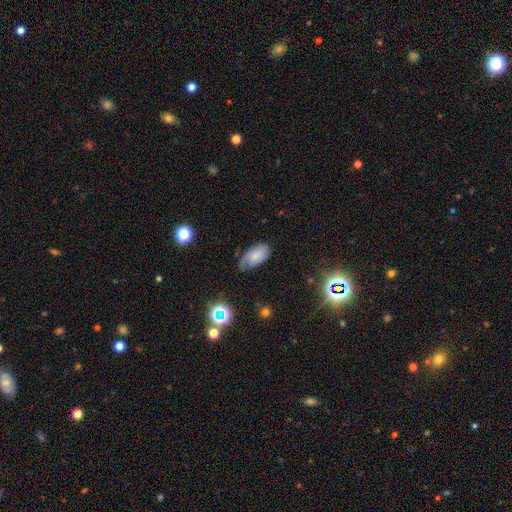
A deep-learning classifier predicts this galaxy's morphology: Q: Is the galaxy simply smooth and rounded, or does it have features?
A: smooth — 61%.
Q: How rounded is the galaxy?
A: in between — 93%.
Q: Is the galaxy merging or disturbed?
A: none — 55%.